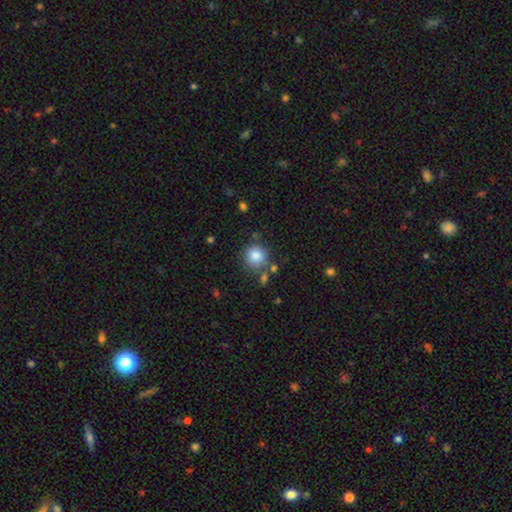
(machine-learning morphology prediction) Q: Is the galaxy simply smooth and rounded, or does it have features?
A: smooth — 85%.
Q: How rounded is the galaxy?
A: round — 91%.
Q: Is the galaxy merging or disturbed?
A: none — 75%.